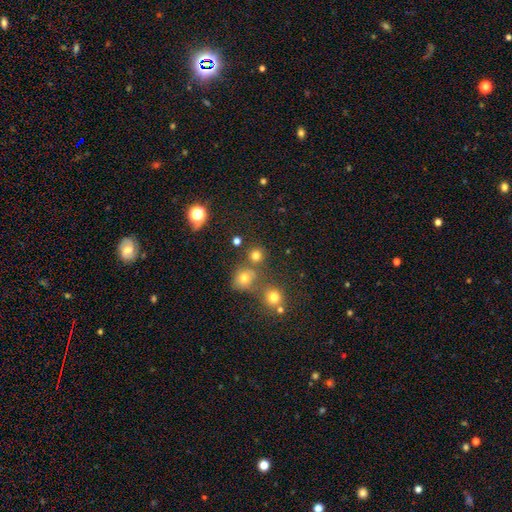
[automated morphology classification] Smooth or featured?
  - smooth: 75% *
  - star or artifact: 18%
  - featured or disk: 7%
How rounded?
  - round: 88% *
  - in between: 11%
  - cigar-shaped: 1%
Merging?
  - none: 72% *
  - merger: 16%
  - minor disturbance: 8%
  - major disturbance: 4%